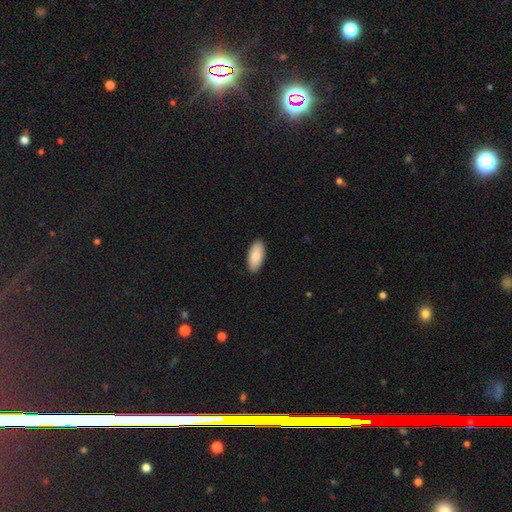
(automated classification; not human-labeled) Morphology: type=smooth (88%); roundness=in between (90%); merging=none (89%).